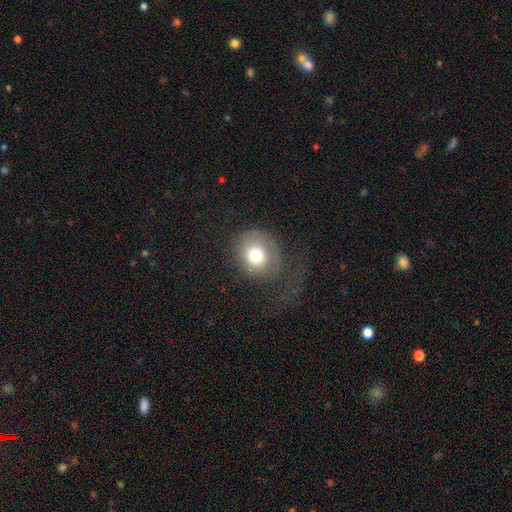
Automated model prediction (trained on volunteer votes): A smooth galaxy with no disk features (72%) that is round (73%).

Vote fractions:
- Smooth or featured? smooth: 72% / featured or disk: 18% / star or artifact: 10%
- How rounded? round: 73% / in between: 26% / cigar-shaped: 1%
- Merging? none: 44% / major disturbance: 33% / minor disturbance: 21% / merger: 2%